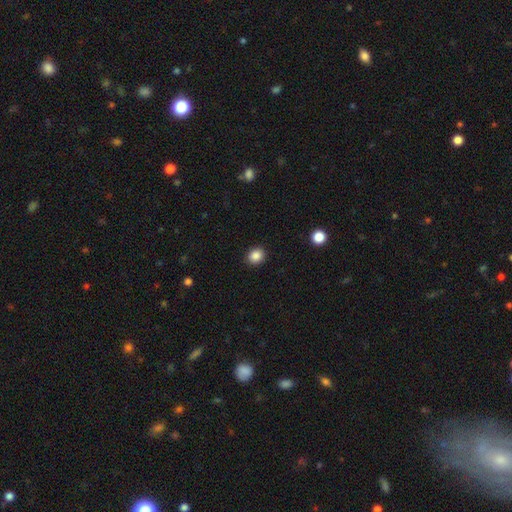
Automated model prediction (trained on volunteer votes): This is clearly a smooth galaxy (87%). How rounded: likely round (72%). Merging: clearly none (91%).